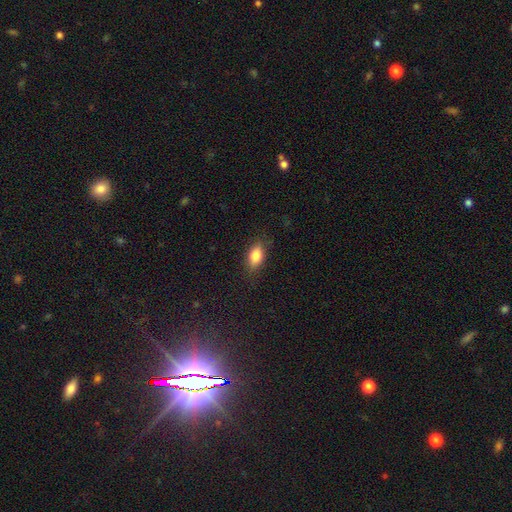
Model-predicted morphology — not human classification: Q: Smooth or featured?
A: smooth (80%); runner-up: featured or disk (11%)
Q: How rounded?
A: in between (84%); runner-up: round (8%)
Q: Merging?
A: none (82%); runner-up: minor disturbance (14%)